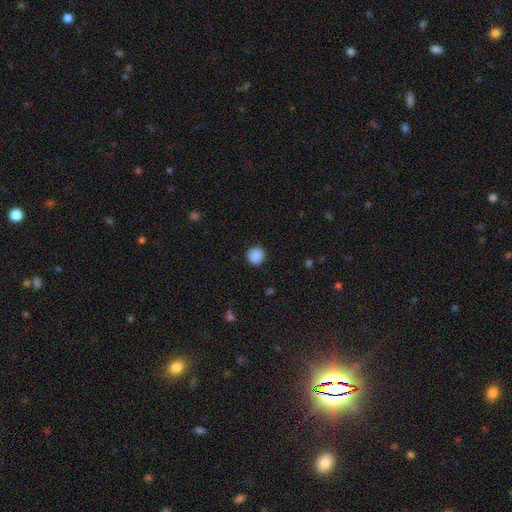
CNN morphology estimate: type=smooth (89%); roundness=round (94%); merging=none (90%).